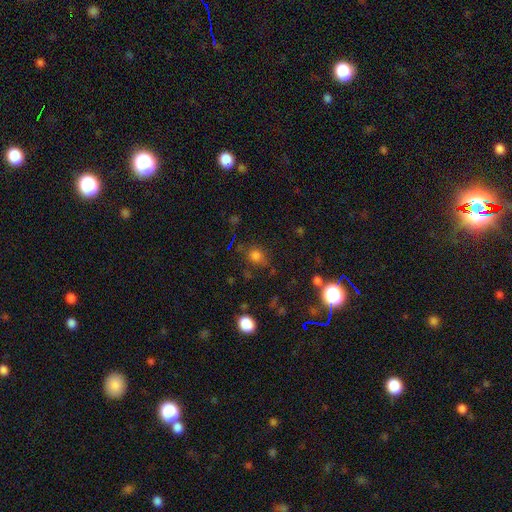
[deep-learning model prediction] smooth 72%, star or artifact 21%, featured or disk 7%. Down the decision tree: how rounded — round (66%); merging — none (71%).